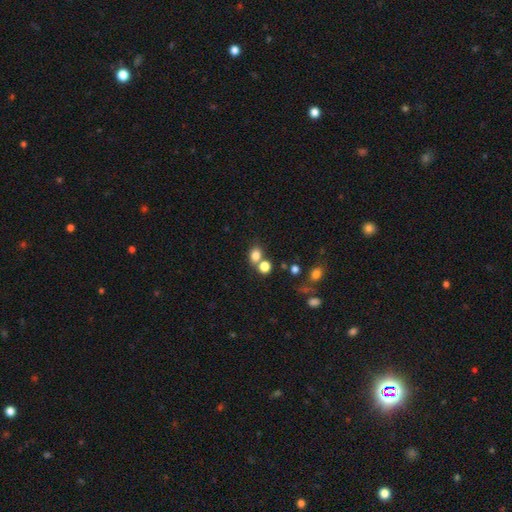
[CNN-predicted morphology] Q: Smooth or featured?
A: smooth (79%); runner-up: star or artifact (13%)
Q: How rounded?
A: round (51%); runner-up: in between (48%)
Q: Merging?
A: none (53%); runner-up: merger (33%)